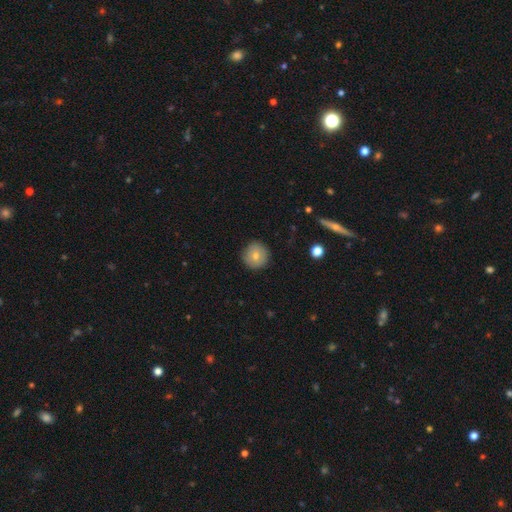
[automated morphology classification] This is likely a smooth galaxy (77%). How rounded: clearly round (95%). Merging: clearly none (89%).